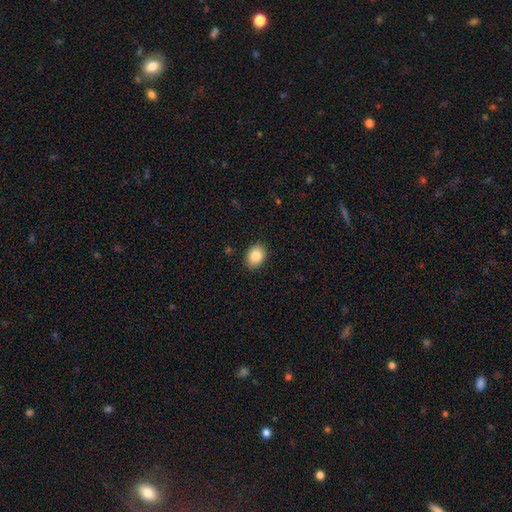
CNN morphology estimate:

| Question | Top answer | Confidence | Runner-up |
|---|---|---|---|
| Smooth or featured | smooth | 86% | star or artifact (8%) |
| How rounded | in between | 61% | round (38%) |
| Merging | none | 87% | minor disturbance (10%) |